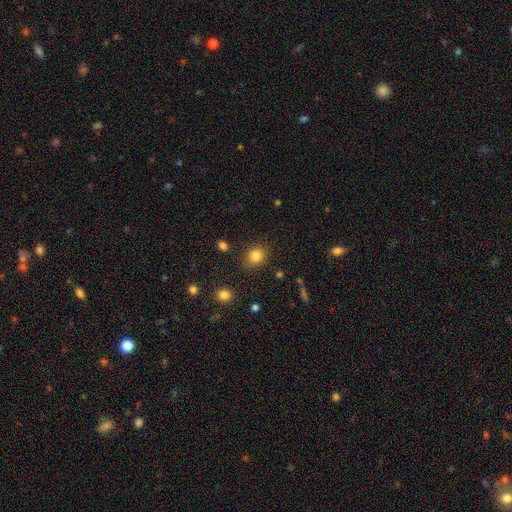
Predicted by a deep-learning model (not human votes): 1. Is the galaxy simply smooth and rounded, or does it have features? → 83% smooth, 11% star or artifact, 6% featured or disk.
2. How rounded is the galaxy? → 62% round, 37% in between, 1% cigar-shaped.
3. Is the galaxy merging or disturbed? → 84% none, 11% minor disturbance, 3% major disturbance, 2% merger.